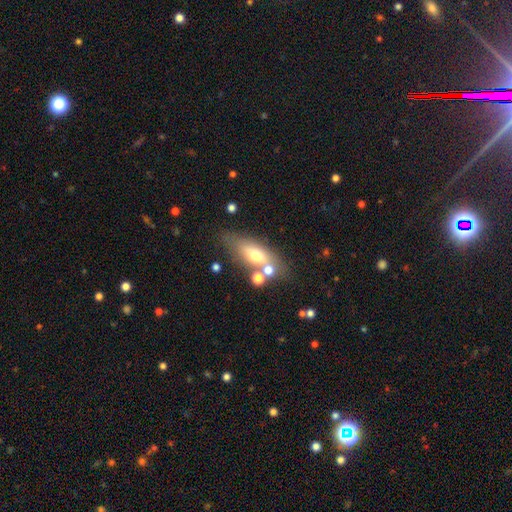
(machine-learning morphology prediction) A smooth galaxy with no disk features (60%) that is in between round and cigar-shaped (65%).

Vote fractions:
- Smooth or featured? smooth: 60% / featured or disk: 30% / star or artifact: 10%
- How rounded? in between: 65% / cigar-shaped: 28% / round: 7%
- Merging? none: 59% / merger: 17% / minor disturbance: 16% / major disturbance: 8%